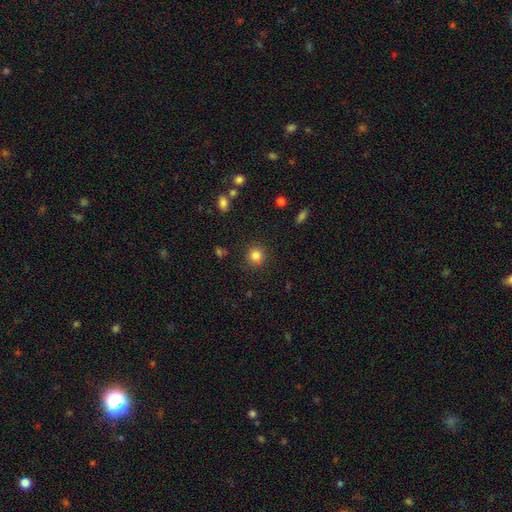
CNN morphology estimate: This appears to be a smooth galaxy with no disk features (83%) that is round (89%). Merging: none (86%).